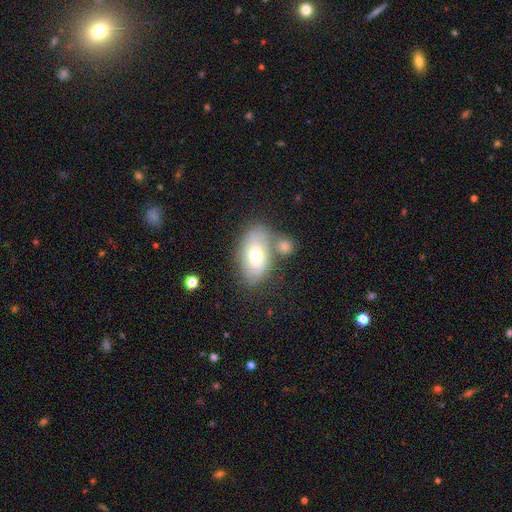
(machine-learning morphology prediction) smooth-or-featured: smooth: 58% | featured or disk: 34% | star or artifact: 7%
  how-rounded: in between: 90% | round: 8% | cigar-shaped: 2%
  merging: none: 52% | merger: 23% | minor disturbance: 18% | major disturbance: 7%